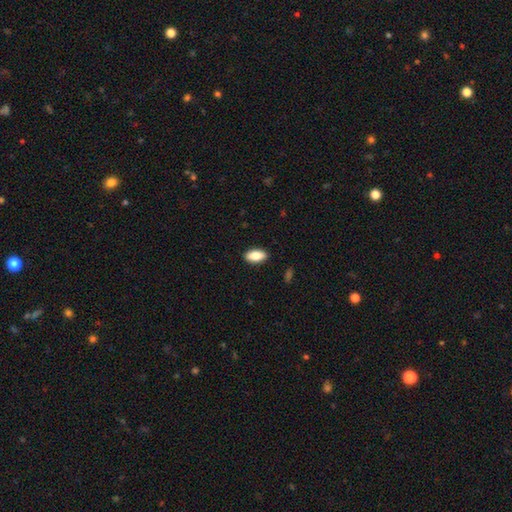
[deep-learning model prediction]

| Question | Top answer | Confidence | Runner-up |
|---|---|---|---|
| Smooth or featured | smooth | 82% | featured or disk (12%) |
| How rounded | in between | 90% | cigar-shaped (7%) |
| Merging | none | 90% | minor disturbance (8%) |